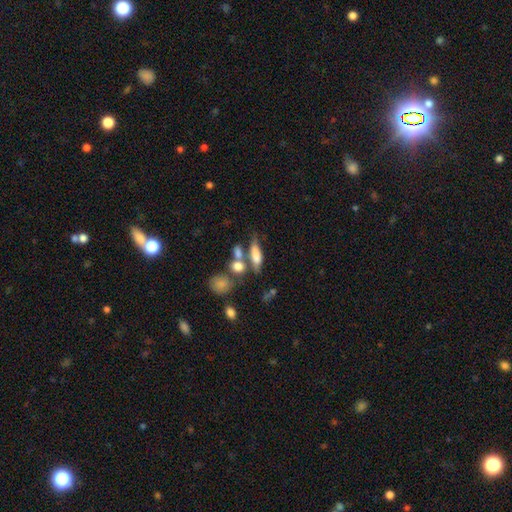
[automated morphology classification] Overall: smooth (71%). How rounded: in between (54%; cigar-shaped 38%). Merging: none (44%; merger 31%).